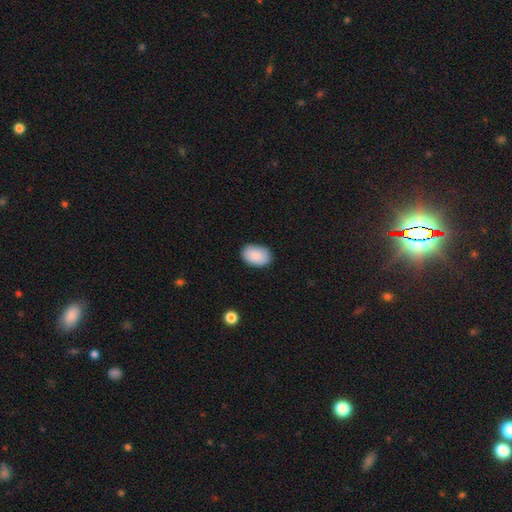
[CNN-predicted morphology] Smooth or featured?
  - smooth: 89% *
  - star or artifact: 6%
  - featured or disk: 5%
How rounded?
  - in between: 86% *
  - round: 13%
  - cigar-shaped: 1%
Merging?
  - none: 85% *
  - minor disturbance: 11%
  - major disturbance: 2%
  - merger: 1%